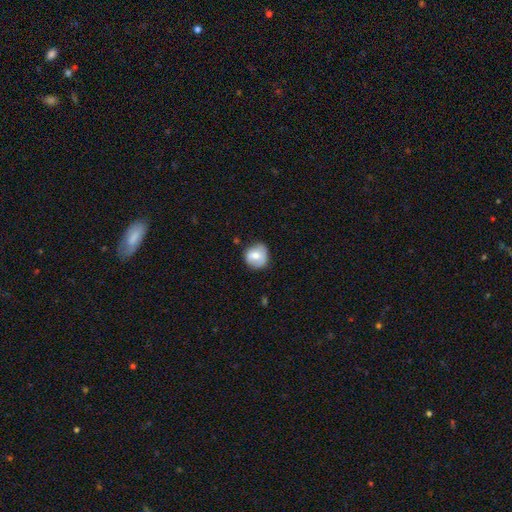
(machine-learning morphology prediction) A smooth galaxy with no disk features (72%) that is round (83%). Merging: none (68%).